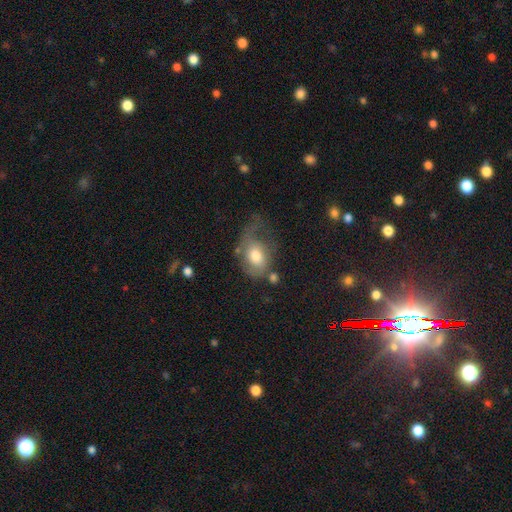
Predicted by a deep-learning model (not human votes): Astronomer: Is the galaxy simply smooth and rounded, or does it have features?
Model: smooth — 59%.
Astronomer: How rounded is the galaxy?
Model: in between — 67%.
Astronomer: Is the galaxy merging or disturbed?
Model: major disturbance — 43% (runner-up: none, 24%).